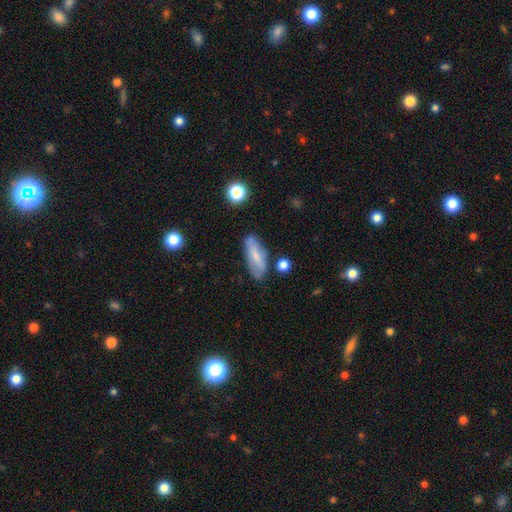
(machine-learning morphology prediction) Smooth or featured? Predicted: smooth (p=0.63). How rounded? Predicted: in between (p=0.58). Merging? Predicted: none (p=0.70).